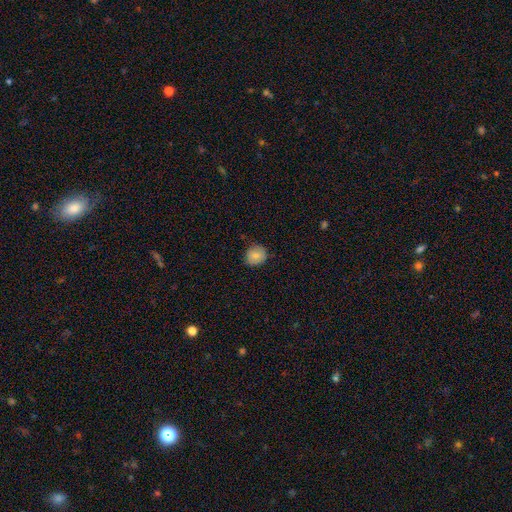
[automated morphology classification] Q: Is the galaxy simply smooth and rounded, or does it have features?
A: smooth — 82%.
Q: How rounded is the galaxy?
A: round — 83%.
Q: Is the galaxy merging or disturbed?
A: none — 82%.